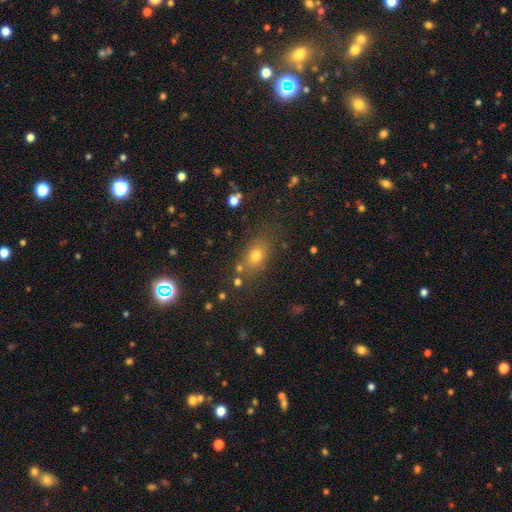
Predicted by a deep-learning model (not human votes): Overall: smooth (70%). How rounded: in between (60%; round 36%). Merging: none (75%).